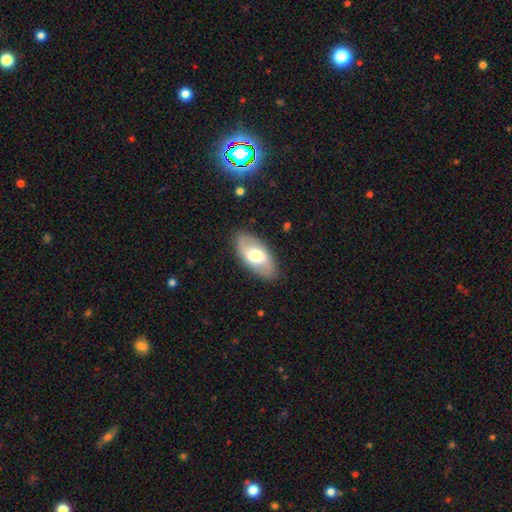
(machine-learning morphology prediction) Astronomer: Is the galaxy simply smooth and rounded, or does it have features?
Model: smooth — 57% (runner-up: featured or disk, 38%).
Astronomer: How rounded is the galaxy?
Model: in between — 93%.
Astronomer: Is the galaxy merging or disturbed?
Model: none — 86%.